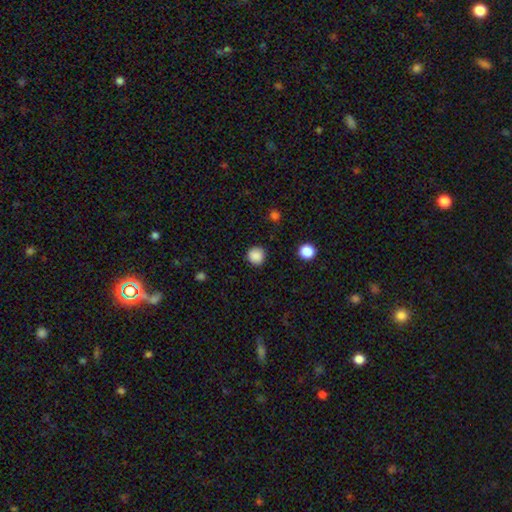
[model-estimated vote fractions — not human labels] Smooth or featured?
  - smooth: 87% *
  - star or artifact: 10%
  - featured or disk: 3%
How rounded?
  - round: 94% *
  - in between: 5%
  - cigar-shaped: 1%
Merging?
  - none: 90% *
  - minor disturbance: 6%
  - major disturbance: 2%
  - merger: 1%